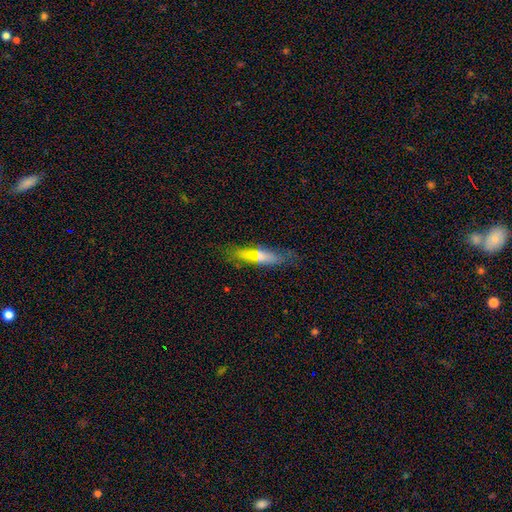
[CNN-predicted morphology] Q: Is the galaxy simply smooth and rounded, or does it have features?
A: smooth — 57%.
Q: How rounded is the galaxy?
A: cigar-shaped — 81%.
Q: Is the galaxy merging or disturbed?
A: none — 76%.